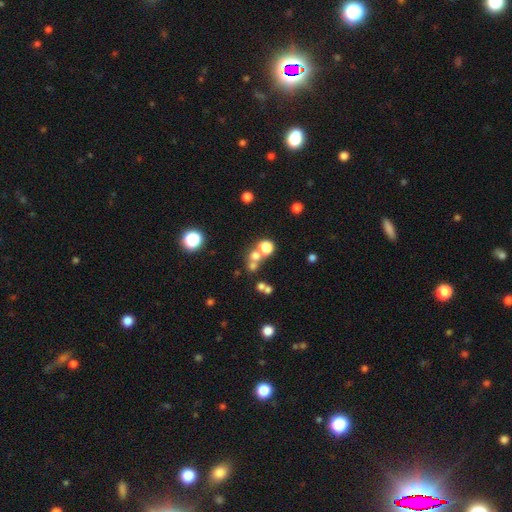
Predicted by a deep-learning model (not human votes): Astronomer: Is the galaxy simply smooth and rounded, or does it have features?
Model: smooth — 62%.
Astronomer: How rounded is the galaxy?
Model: round — 87%.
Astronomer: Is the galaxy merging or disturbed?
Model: none — 50% (runner-up: merger, 39%).